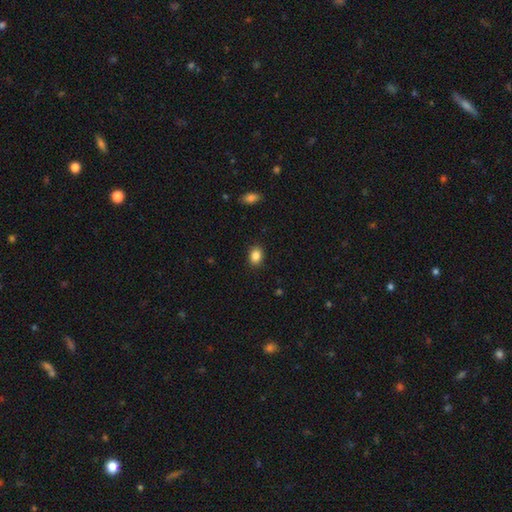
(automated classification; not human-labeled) This is clearly a smooth galaxy (87%). How rounded: likely in between (69%). Merging: clearly none (88%).